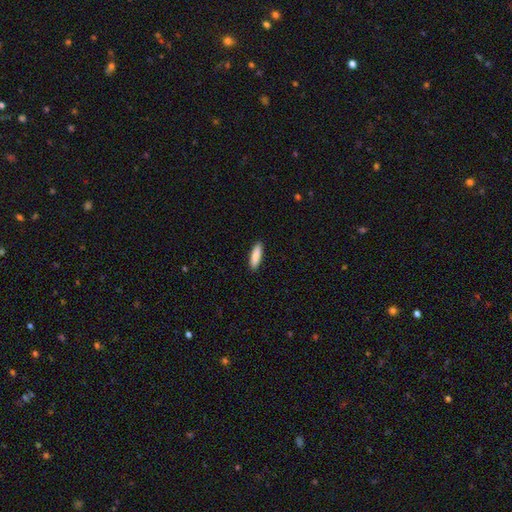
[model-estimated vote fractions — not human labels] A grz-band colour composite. It shows a smooth galaxy with no disk features (87%) that is cigar-shaped (64%). Merging: none (90%).